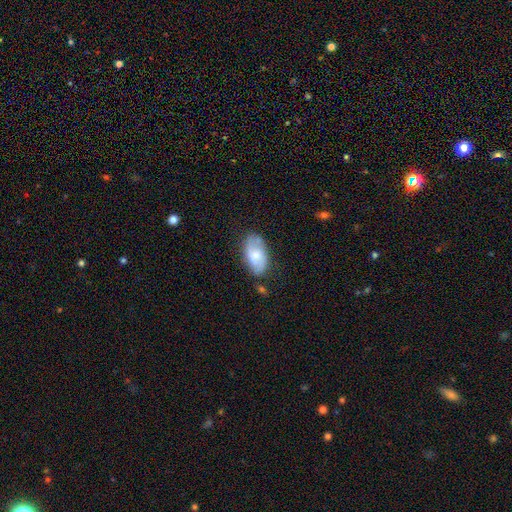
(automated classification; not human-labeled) smooth_or_featured: smooth (p=0.53) [alt: featured or disk p=0.40]
how_rounded: in between (p=0.93) [alt: round p=0.04]
merging: none (p=0.66) [alt: minor disturbance p=0.23]